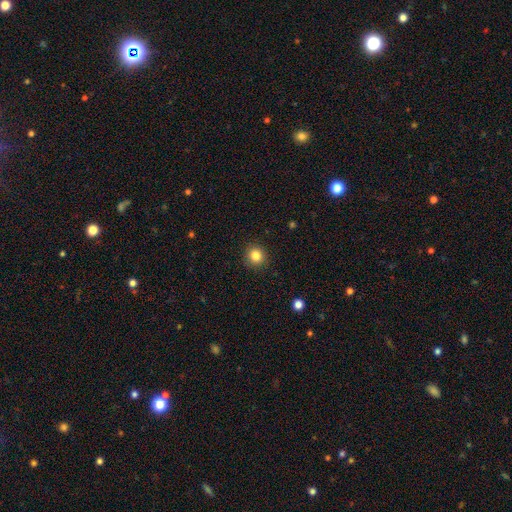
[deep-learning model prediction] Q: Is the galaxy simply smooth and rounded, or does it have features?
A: smooth — 84%.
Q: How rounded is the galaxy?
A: round — 93%.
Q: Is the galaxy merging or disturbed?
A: none — 91%.